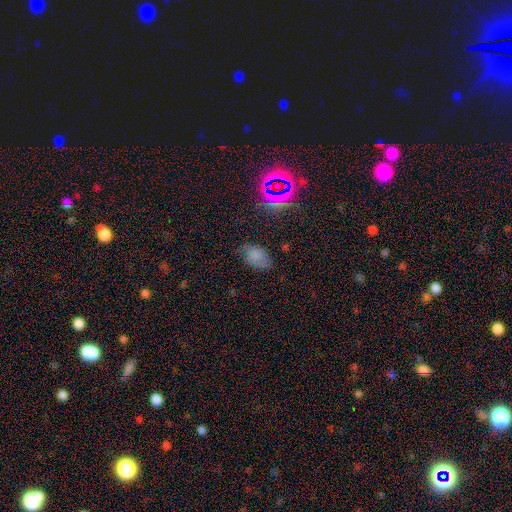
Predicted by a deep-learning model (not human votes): This appears to be a smooth galaxy with no disk features (65%) that is in between round and cigar-shaped (88%). Merging: none (63%).